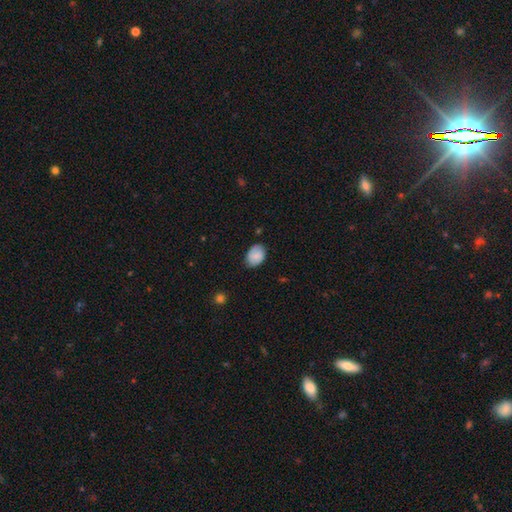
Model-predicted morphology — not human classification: A smooth galaxy with no disk features (81%) that is in between round and cigar-shaped (77%).

Vote fractions:
- Smooth or featured? smooth: 81% / featured or disk: 11% / star or artifact: 7%
- How rounded? in between: 77% / round: 22% / cigar-shaped: 1%
- Merging? none: 75% / minor disturbance: 20% / major disturbance: 3% / merger: 1%